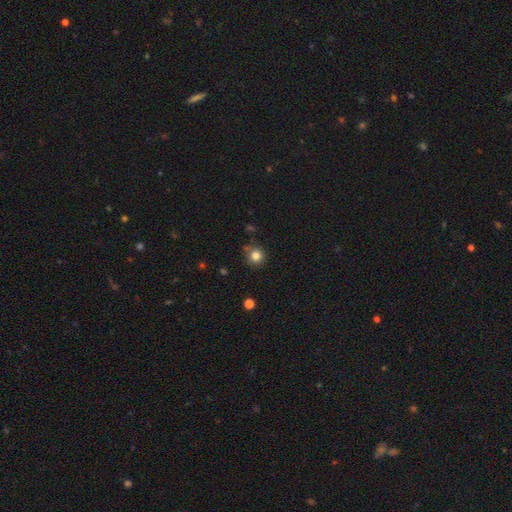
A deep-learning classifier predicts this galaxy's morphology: type=smooth (82%); roundness=round (93%); merging=none (81%).